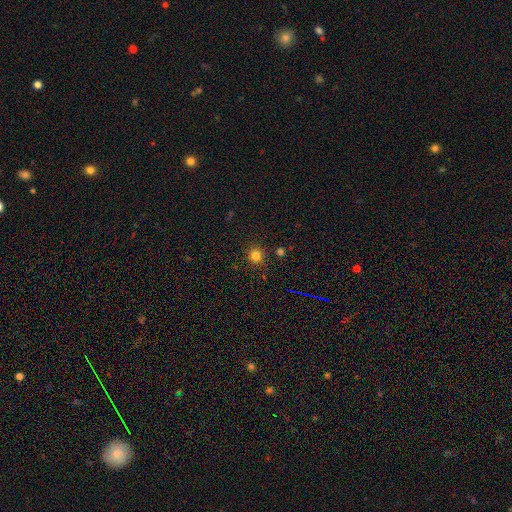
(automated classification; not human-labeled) This is clearly a smooth galaxy (80%). How rounded: clearly round (91%). Merging: clearly none (89%).